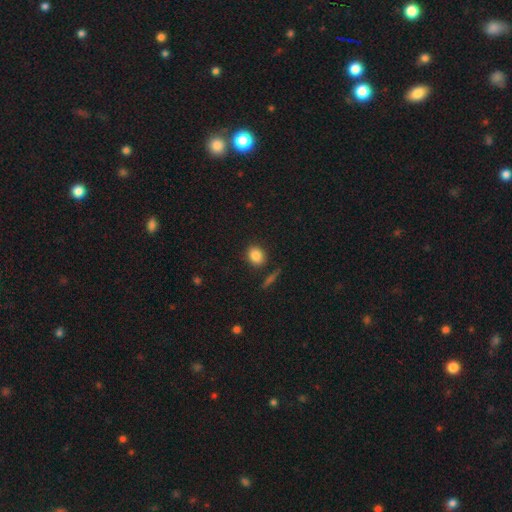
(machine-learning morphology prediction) A smooth galaxy with no disk features (85%) that is round (60%). Merging: none (85%).